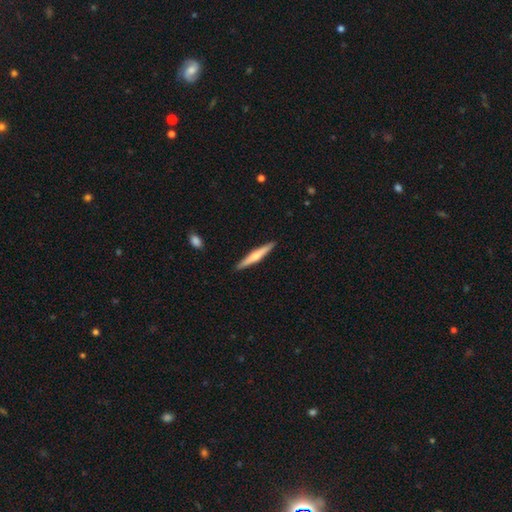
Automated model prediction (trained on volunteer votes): Smooth or featured?
  - featured or disk: 52% *
  - smooth: 43%
  - star or artifact: 5%
Edge-on disk?
  - yes: 97% *
  - no: 3%
Edge-on bulge?
  - rounded: 78% *
  - none: 16%
  - boxy: 6%
Merging?
  - none: 91% *
  - minor disturbance: 6%
  - major disturbance: 1%
  - merger: 1%